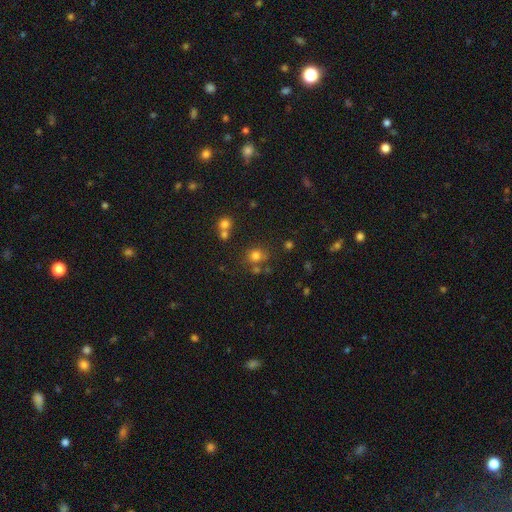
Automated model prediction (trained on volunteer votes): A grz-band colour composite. It shows a smooth galaxy with no disk features (75%) that is round (79%). Merging: none (68%).